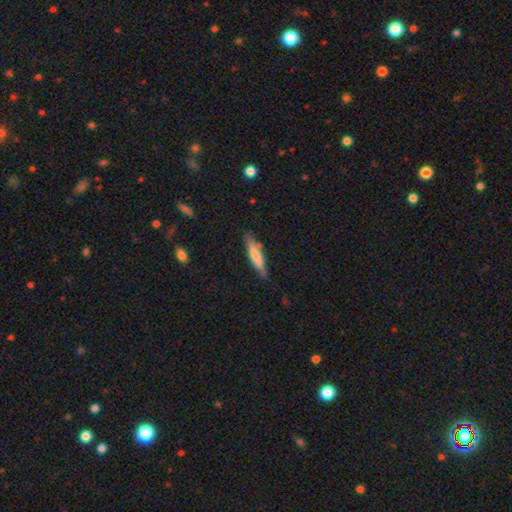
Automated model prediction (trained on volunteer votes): smooth-or-featured: smooth: 69% | featured or disk: 26% | star or artifact: 6%
  how-rounded: cigar-shaped: 84% | in between: 15% | round: 1%
  merging: none: 81% | minor disturbance: 14% | merger: 3% | major disturbance: 2%